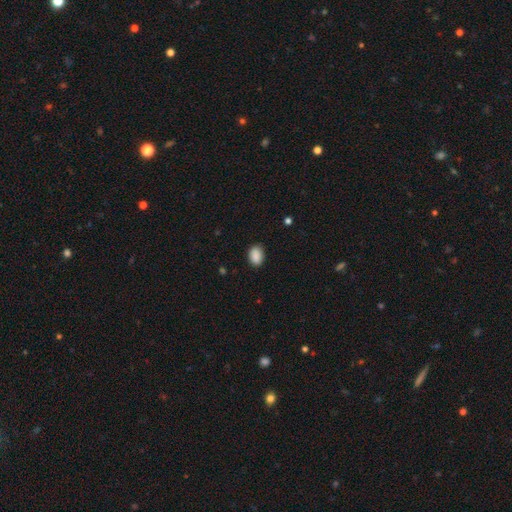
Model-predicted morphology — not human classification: This is clearly a smooth galaxy (90%). How rounded: clearly in between (82%). Merging: clearly none (86%).